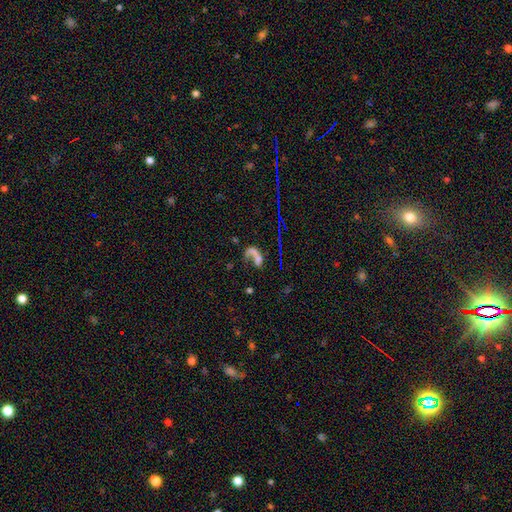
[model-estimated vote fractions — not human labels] This appears to be a featured or disk galaxy (46%). Merging: major disturbance (33%).